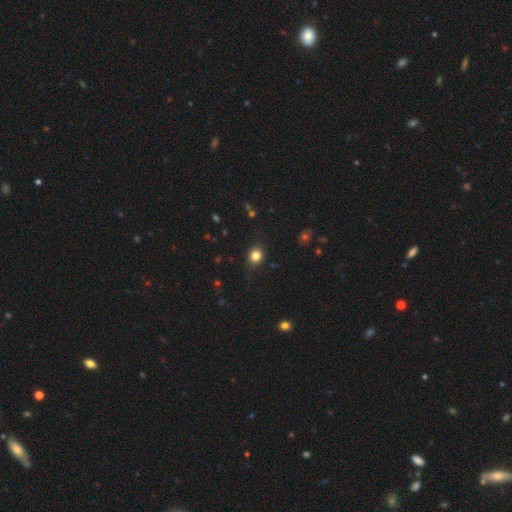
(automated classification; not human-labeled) Q: Smooth or featured?
A: smooth (82%); runner-up: star or artifact (12%)
Q: How rounded?
A: round (72%); runner-up: in between (27%)
Q: Merging?
A: none (87%); runner-up: minor disturbance (10%)